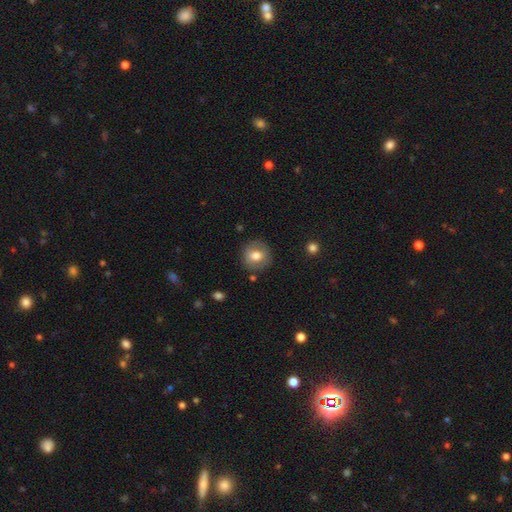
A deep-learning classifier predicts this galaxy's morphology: A smooth galaxy with no disk features (70%) that is round (86%). Merging: none (84%).